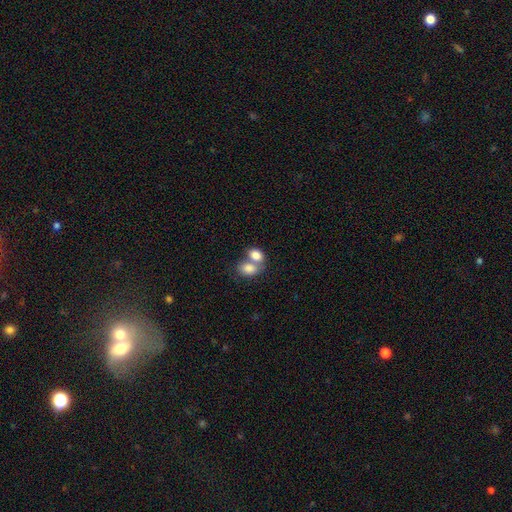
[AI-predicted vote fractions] Smooth or featured? smooth (81%)
How rounded? in between (75%)
Merging? merger (64%)